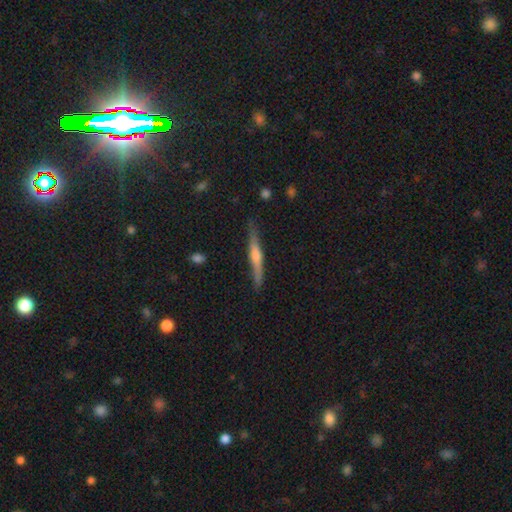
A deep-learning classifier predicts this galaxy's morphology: A featured or disk galaxy (62%) viewed edge-on (97%) with a rounded central bulge (74%). Merging: none (84%).